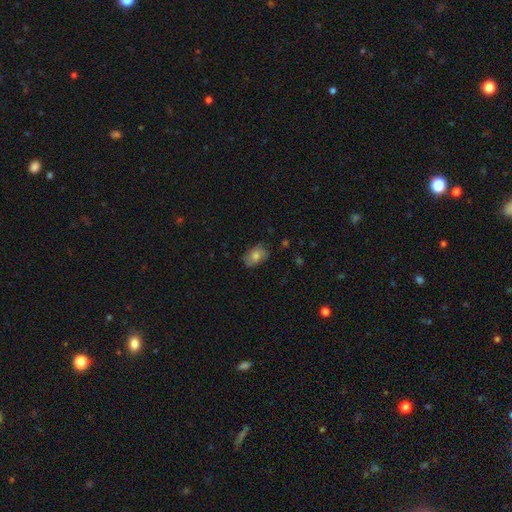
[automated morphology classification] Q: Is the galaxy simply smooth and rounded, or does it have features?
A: smooth — 68%.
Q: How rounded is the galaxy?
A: in between — 84%.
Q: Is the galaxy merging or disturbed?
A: none — 73%.